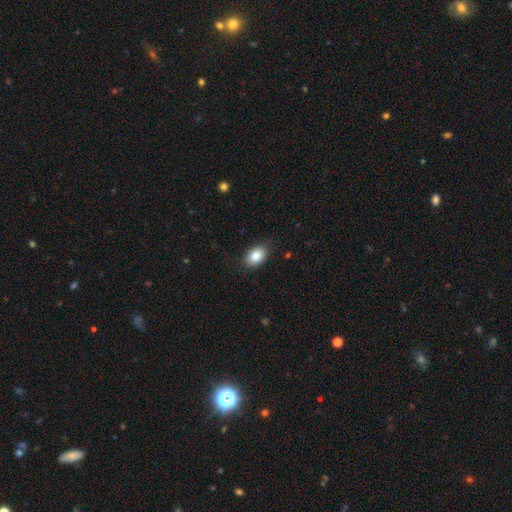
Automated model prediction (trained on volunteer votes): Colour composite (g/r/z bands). It shows a smooth galaxy with no disk features (84%) that is in between round and cigar-shaped (86%). Merging: none (86%).